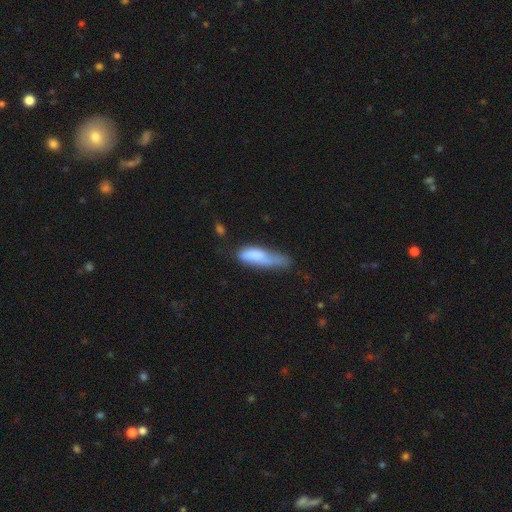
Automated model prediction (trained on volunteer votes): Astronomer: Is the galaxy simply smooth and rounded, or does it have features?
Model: smooth — 72%.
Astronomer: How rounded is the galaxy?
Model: cigar-shaped — 52% (runner-up: in between, 46%).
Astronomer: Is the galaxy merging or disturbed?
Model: minor disturbance — 33% (runner-up: major disturbance, 29%).